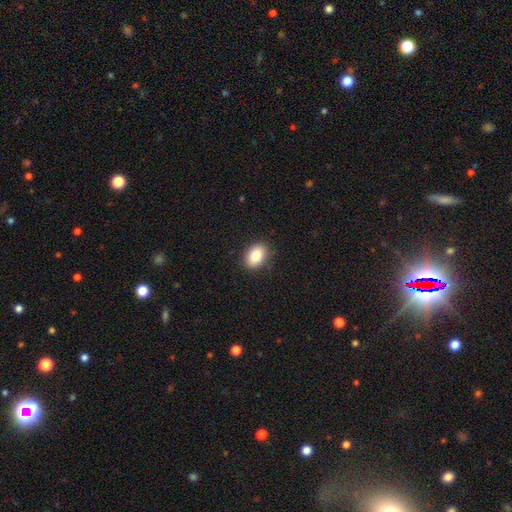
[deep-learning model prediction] Smooth or featured?
  - smooth: 84% *
  - star or artifact: 8%
  - featured or disk: 8%
How rounded?
  - in between: 78% *
  - round: 20%
  - cigar-shaped: 1%
Merging?
  - none: 87% *
  - minor disturbance: 9%
  - major disturbance: 2%
  - merger: 1%